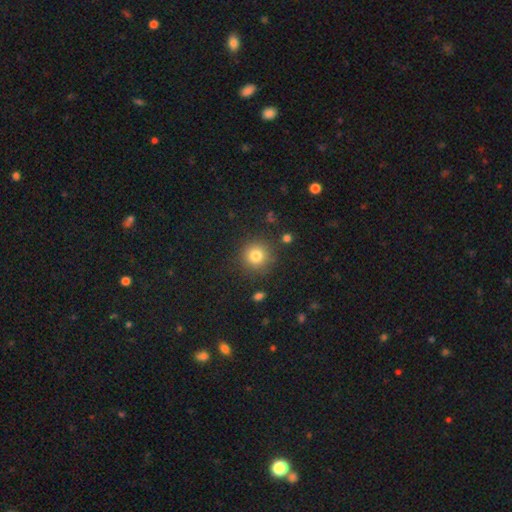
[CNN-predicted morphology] type=smooth (80%); roundness=round (94%); merging=none (87%).